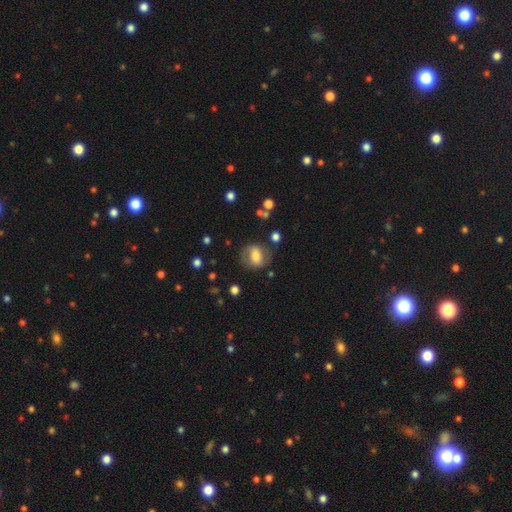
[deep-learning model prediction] Q: Smooth or featured?
A: smooth (59%); runner-up: featured or disk (33%)
Q: How rounded?
A: round (50%); runner-up: in between (48%)
Q: Merging?
A: none (72%); runner-up: minor disturbance (16%)